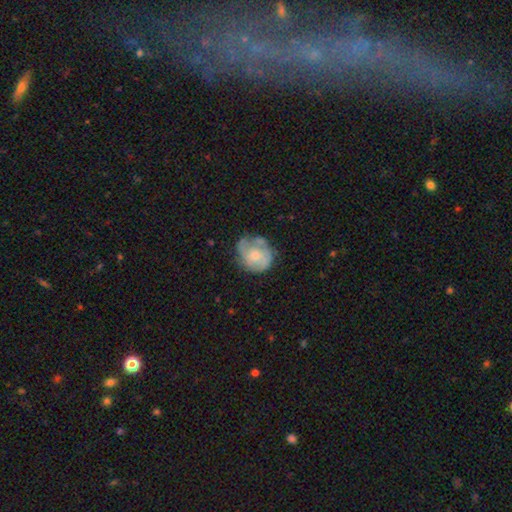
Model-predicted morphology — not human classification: Smooth or featured? Predicted: featured or disk (p=0.52). Edge-on disk? Predicted: no (p=0.98). Bar? Predicted: no (p=0.82). Spiral arms? Predicted: yes (p=0.58). Bulge size? Predicted: small (p=0.46). Merging? Predicted: none (p=0.52).